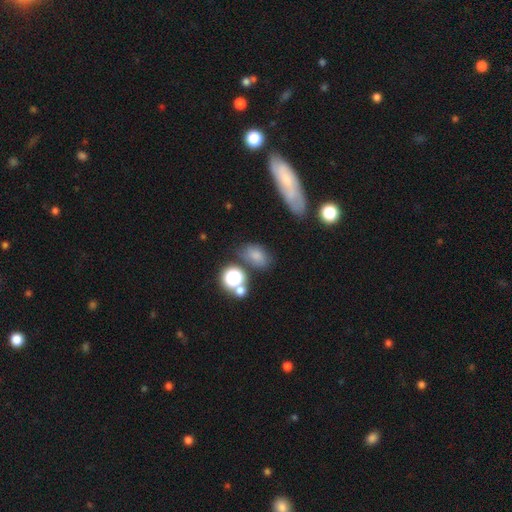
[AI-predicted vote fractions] The model was most divided on "merging": none: 62%, minor disturbance: 20%, merger: 11%, major disturbance: 8%. More confident: how rounded — in between (78%); smooth or featured — smooth (72%).